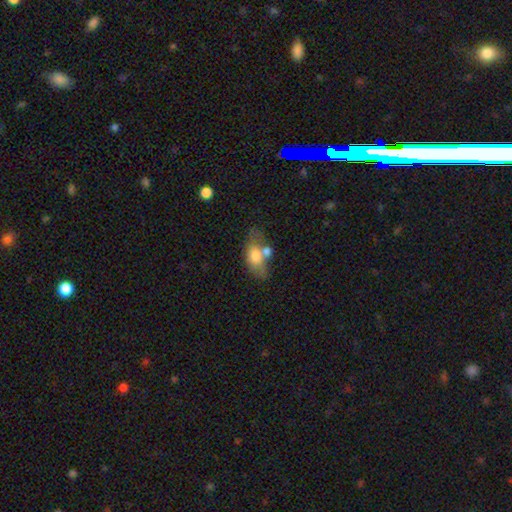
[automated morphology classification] Q: Smooth or featured?
A: smooth (67%); runner-up: featured or disk (25%)
Q: How rounded?
A: in between (86%); runner-up: round (9%)
Q: Merging?
A: none (36%); runner-up: merger (33%)